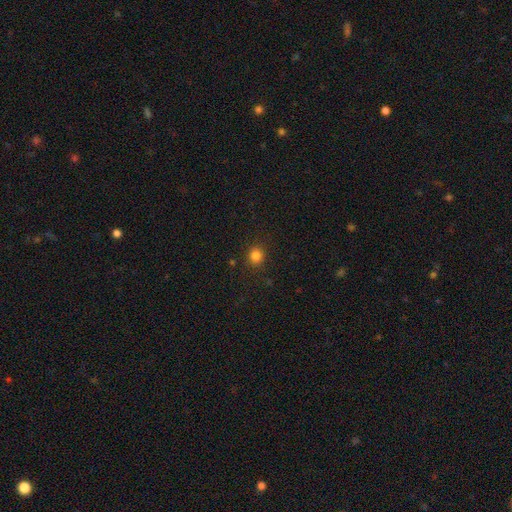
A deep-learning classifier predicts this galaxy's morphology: smooth-or-featured: smooth: 83% | star or artifact: 13% | featured or disk: 4%
  how-rounded: round: 84% | in between: 15% | cigar-shaped: 1%
  merging: none: 89% | minor disturbance: 7% | major disturbance: 3% | merger: 1%